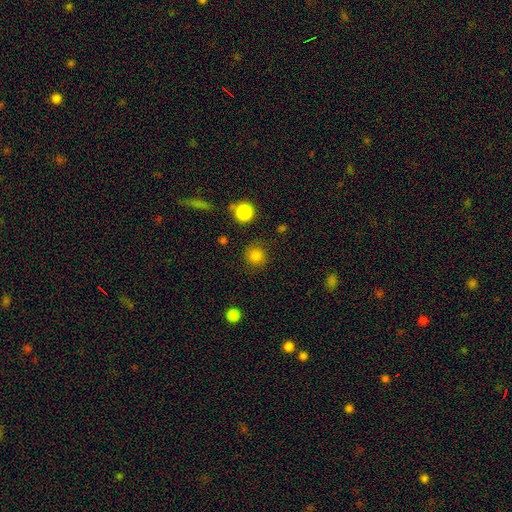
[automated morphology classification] smooth 82%, star or artifact 12%, featured or disk 5%. Down the decision tree: how rounded — round (92%); merging — none (83%).